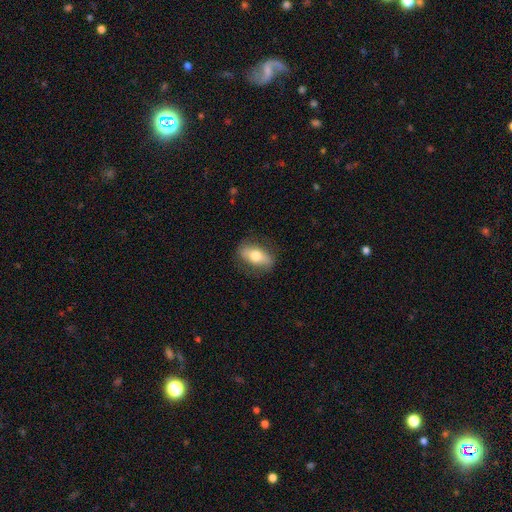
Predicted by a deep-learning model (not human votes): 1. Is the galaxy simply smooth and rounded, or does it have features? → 62% smooth, 31% featured or disk, 7% star or artifact.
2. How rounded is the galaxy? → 84% in between, 9% cigar-shaped, 7% round.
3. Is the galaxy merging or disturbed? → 82% none, 13% minor disturbance, 4% major disturbance, 1% merger.